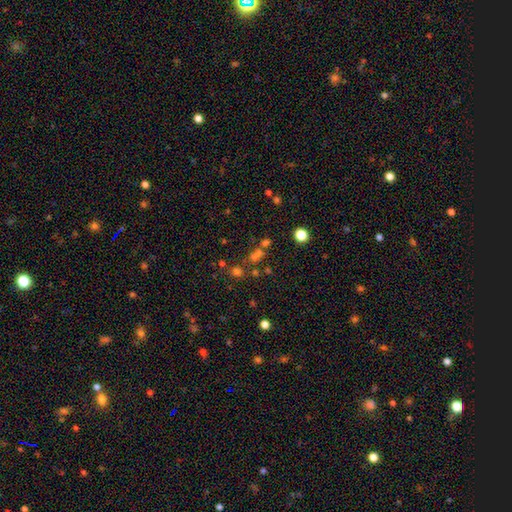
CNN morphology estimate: Smooth or featured? smooth (46%)
Merging? none (55%)